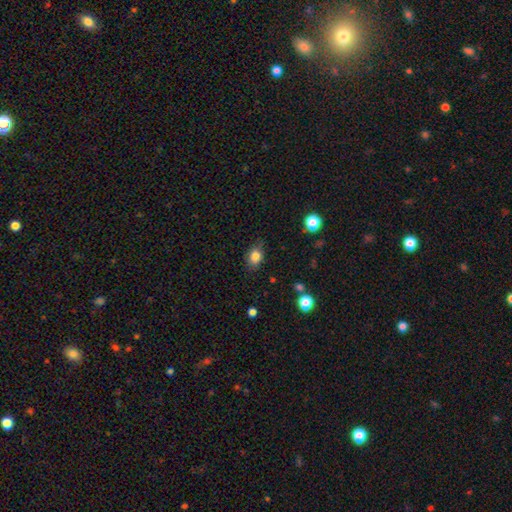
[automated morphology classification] Overall: smooth (84%). How rounded: in between (71%). Merging: none (79%).